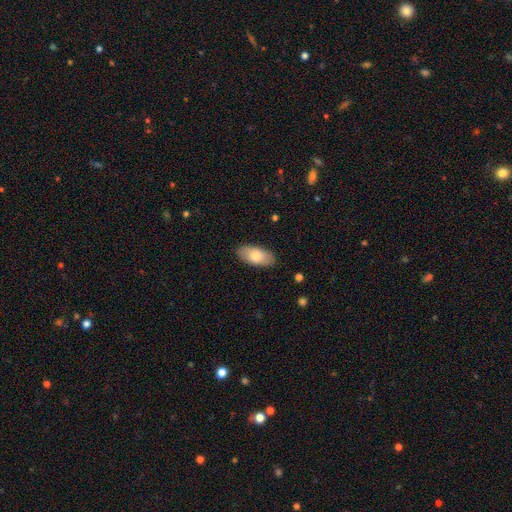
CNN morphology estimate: Smooth or featured: smooth — 77% (featured or disk — 17%)
How rounded: in between — 93% (cigar-shaped — 5%)
Merging: none — 88% (minor disturbance — 9%)